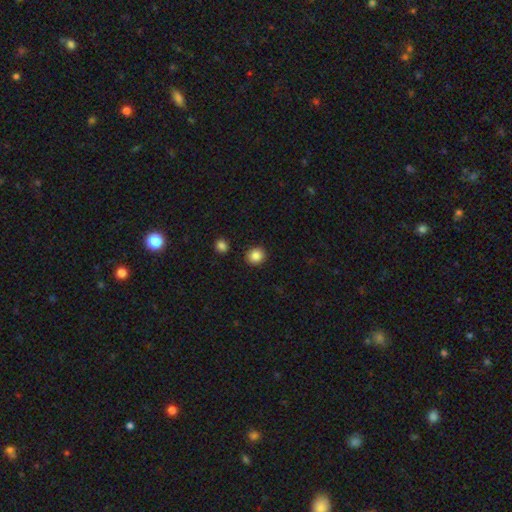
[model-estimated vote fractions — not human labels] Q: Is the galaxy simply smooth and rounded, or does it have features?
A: smooth — 86%.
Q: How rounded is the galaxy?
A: round — 85%.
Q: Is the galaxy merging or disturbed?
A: none — 90%.